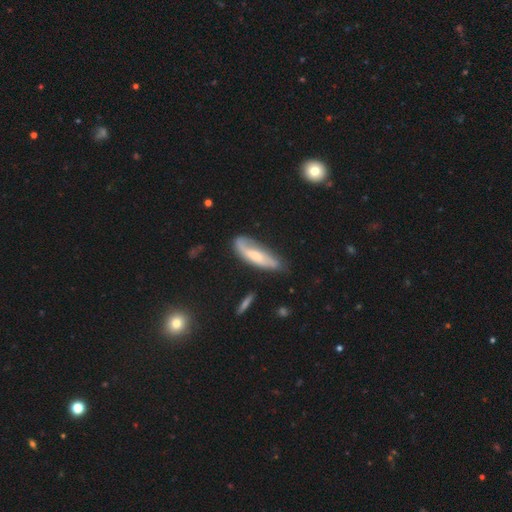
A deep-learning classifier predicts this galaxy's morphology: This is possibly a featured or disk galaxy (51%). It is likely not viewed edge-on (73%). Merging: possibly none (53%).